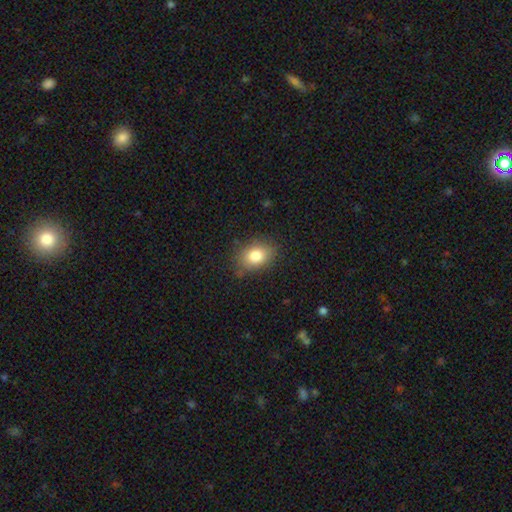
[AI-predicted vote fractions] Overall: smooth (81%). How rounded: in between (76%). Merging: none (80%).